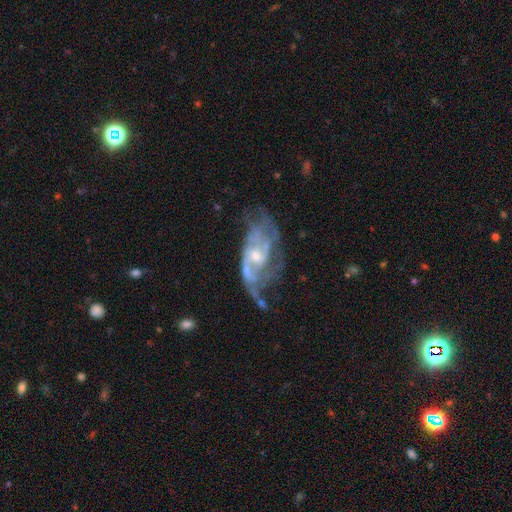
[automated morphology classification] type=featured or disk (84%); edge-on=no (96%); bar=no (56%); spiral arms=yes (88%); winding=medium (45%); arm count=2 (45%); bulge=small (49%); merging=none (43%).